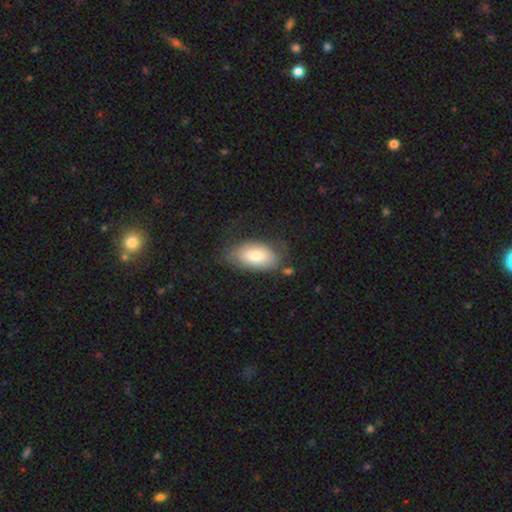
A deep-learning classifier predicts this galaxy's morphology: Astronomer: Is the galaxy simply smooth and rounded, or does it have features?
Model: smooth — 77%.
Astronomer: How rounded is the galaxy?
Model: in between — 93%.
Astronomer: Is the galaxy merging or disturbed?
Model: none — 64%.